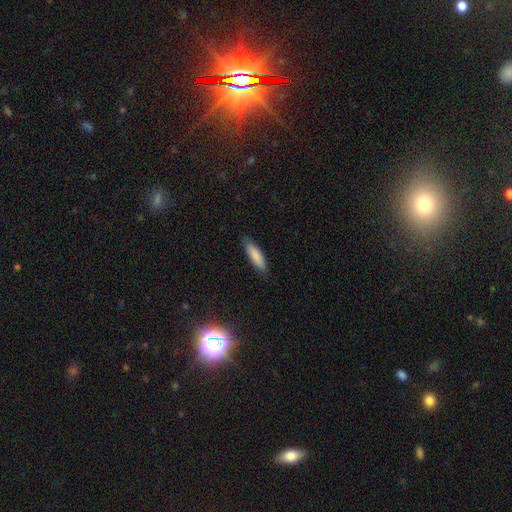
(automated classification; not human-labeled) This is clearly a smooth galaxy (86%). How rounded: likely cigar-shaped (62%). Merging: clearly none (84%).